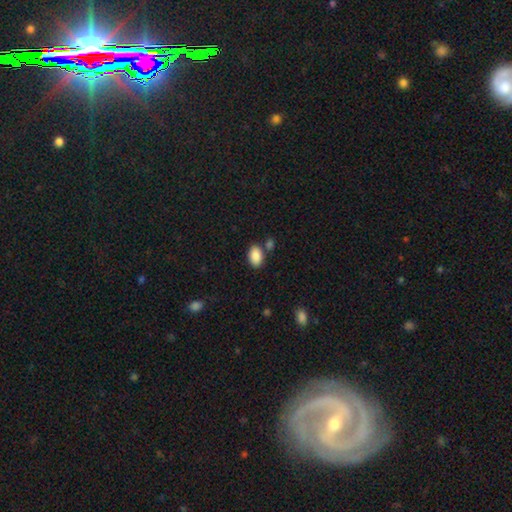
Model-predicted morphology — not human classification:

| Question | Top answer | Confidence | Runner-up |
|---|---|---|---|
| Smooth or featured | smooth | 89% | star or artifact (7%) |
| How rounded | in between | 91% | round (8%) |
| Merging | none | 75% | minor disturbance (11%) |